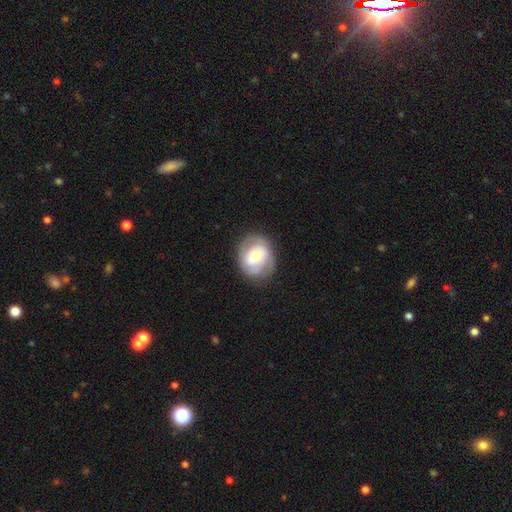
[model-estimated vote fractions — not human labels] Overall: featured or disk (49%; smooth 44%). Merging: none (74%).